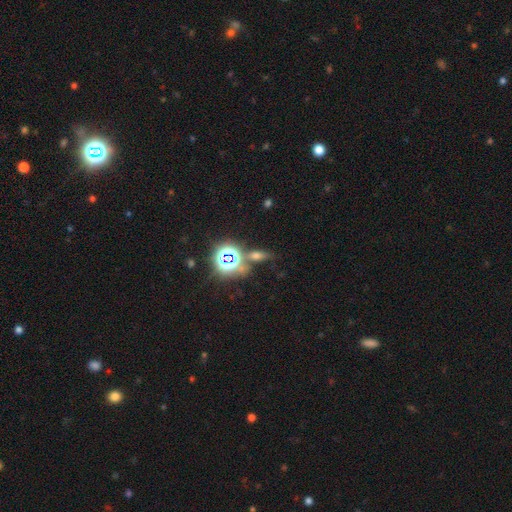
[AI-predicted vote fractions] Morphology: type=smooth (44%); merging=none (70%).